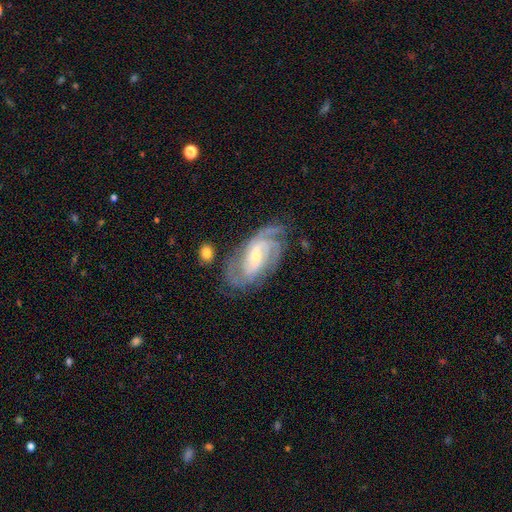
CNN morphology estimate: Smooth or featured: featured or disk — 88% (smooth — 7%)
Edge-on disk: no — 96% (yes — 4%)
Bar: weak — 42% (no — 39%)
Spiral arms: yes — 97% (no — 3%)
Spiral winding: tight — 56% (medium — 36%)
Spiral arm count: 3 — 29% (2 — 26%)
Bulge size: small — 63% (moderate — 33%)
Merging: none — 68% (minor disturbance — 20%)